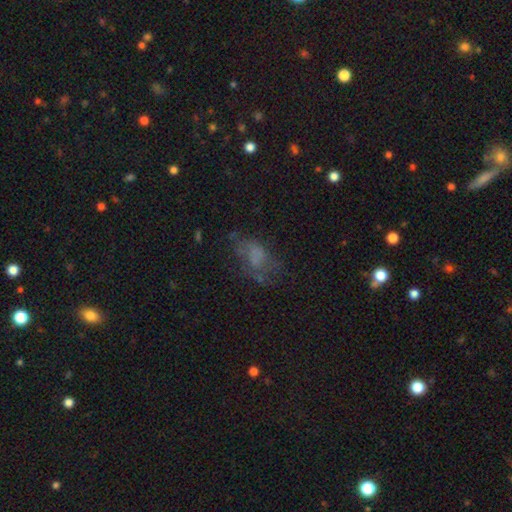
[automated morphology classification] Smooth or featured?
  - smooth: 50% *
  - featured or disk: 33%
  - star or artifact: 17%
Merging?
  - none: 43% *
  - major disturbance: 29%
  - minor disturbance: 24%
  - merger: 4%